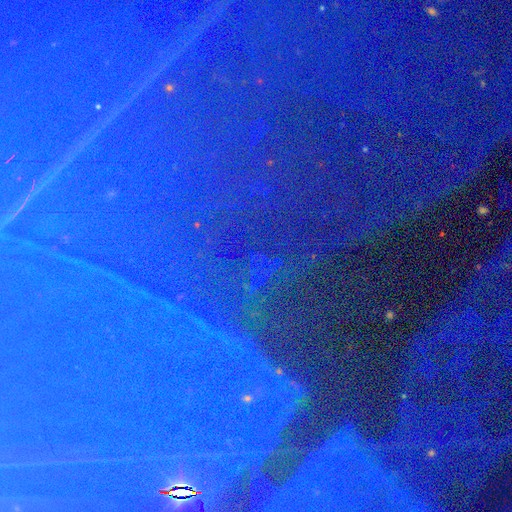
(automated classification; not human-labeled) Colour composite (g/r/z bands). It shows a star or artifact, not a galaxy (86%).